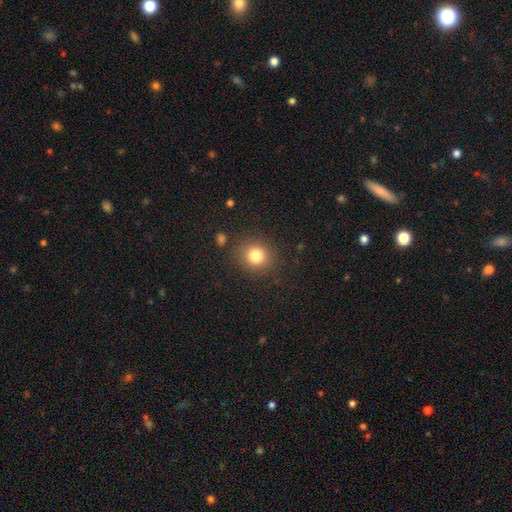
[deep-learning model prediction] Smooth or featured? smooth (81%)
How rounded? round (84%)
Merging? none (86%)